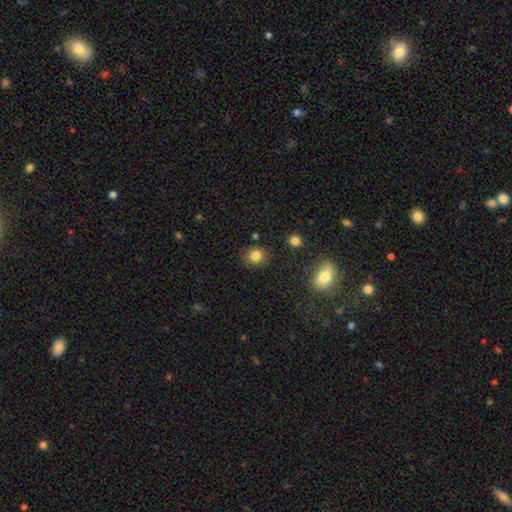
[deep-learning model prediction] Smooth or featured: smooth — 82% (star or artifact — 12%)
How rounded: round — 76% (in between — 23%)
Merging: none — 84% (minor disturbance — 10%)